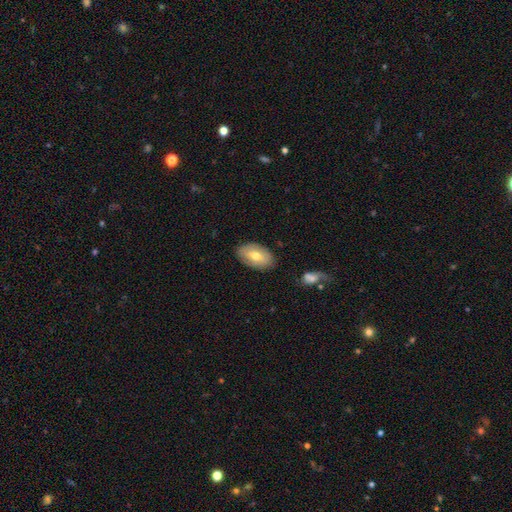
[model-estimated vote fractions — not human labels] Morphology: type=smooth (65%); roundness=in between (91%); merging=none (83%).